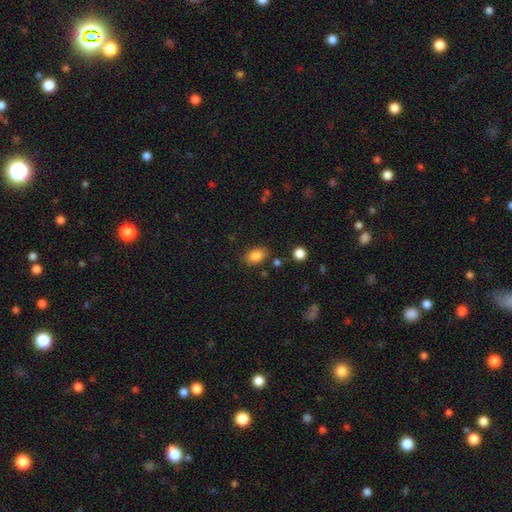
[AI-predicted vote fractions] Smooth or featured? smooth (84%)
How rounded? in between (81%)
Merging? none (80%)